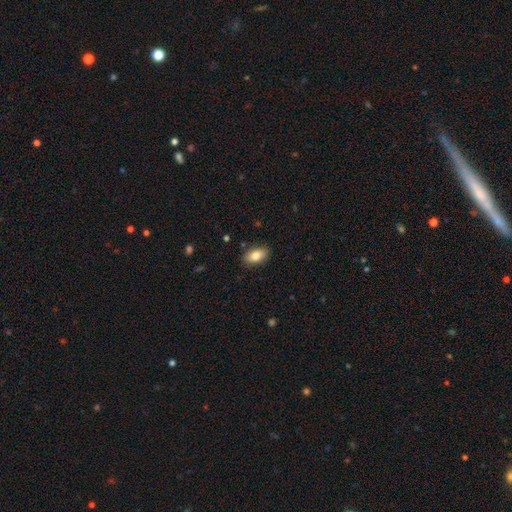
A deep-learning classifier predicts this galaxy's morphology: Smooth or featured?
  - smooth: 81% *
  - featured or disk: 11%
  - star or artifact: 7%
How rounded?
  - in between: 91% *
  - round: 6%
  - cigar-shaped: 3%
Merging?
  - none: 87% *
  - minor disturbance: 10%
  - major disturbance: 2%
  - merger: 1%